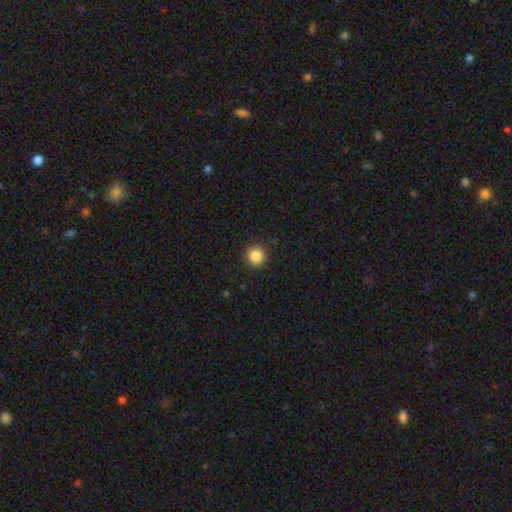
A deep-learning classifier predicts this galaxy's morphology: A smooth galaxy with no disk features (85%) that is round (96%).

Vote fractions:
- Smooth or featured? smooth: 85% / star or artifact: 11% / featured or disk: 4%
- How rounded? round: 96% / in between: 3% / cigar-shaped: 1%
- Merging? none: 92% / minor disturbance: 5% / major disturbance: 2% / merger: 1%